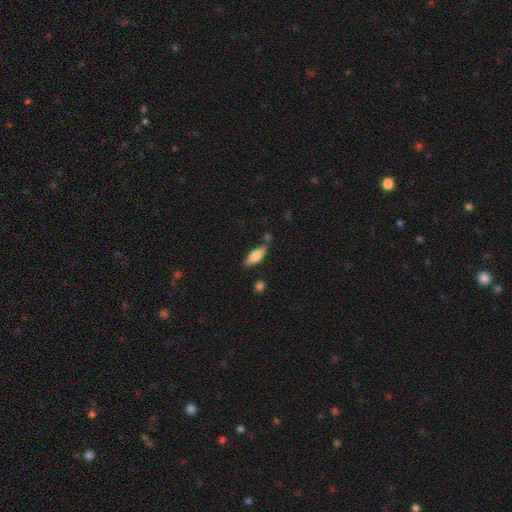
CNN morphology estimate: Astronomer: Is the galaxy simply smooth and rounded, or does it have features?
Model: smooth — 66%.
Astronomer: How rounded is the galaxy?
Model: in between — 57% (runner-up: cigar-shaped, 41%).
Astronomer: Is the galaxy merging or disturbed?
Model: none — 78%.